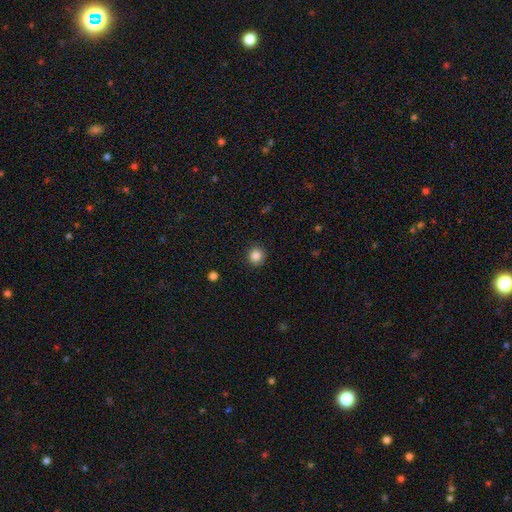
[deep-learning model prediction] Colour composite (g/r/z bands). It shows a smooth galaxy with no disk features (86%) that is round (89%). Merging: none (90%).